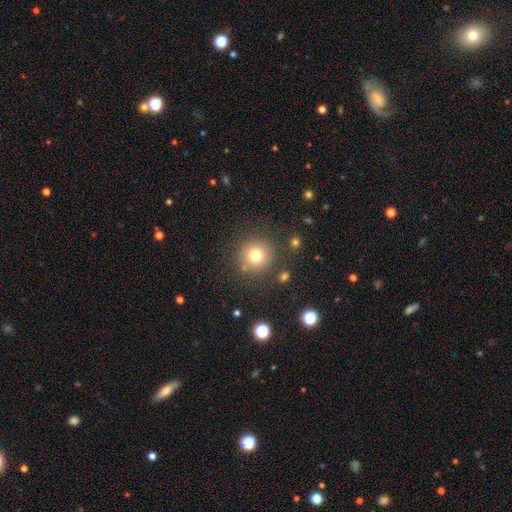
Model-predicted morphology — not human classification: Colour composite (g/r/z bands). It shows a smooth galaxy with no disk features (77%) that is round (94%). Merging: none (84%).